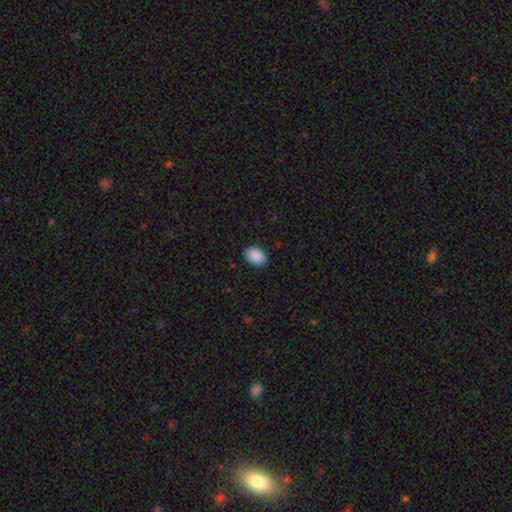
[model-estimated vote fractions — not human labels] A smooth galaxy with no disk features (91%) that is in between round and cigar-shaped (78%).

Vote fractions:
- Smooth or featured? smooth: 91% / star or artifact: 7% / featured or disk: 2%
- How rounded? in between: 78% / round: 22% / cigar-shaped: 1%
- Merging? none: 90% / minor disturbance: 8% / major disturbance: 2% / merger: 1%